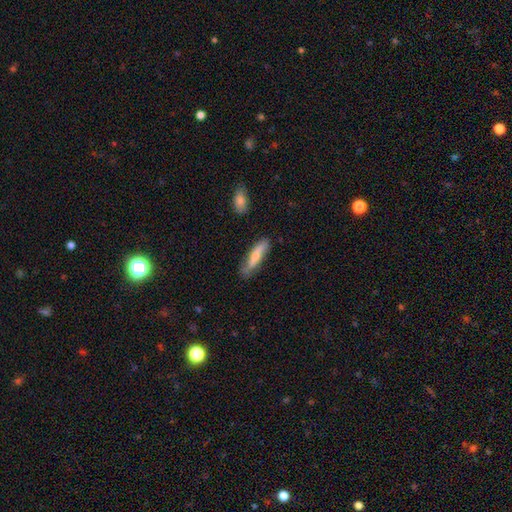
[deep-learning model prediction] Q: Smooth or featured?
A: smooth (63%); runner-up: featured or disk (31%)
Q: How rounded?
A: cigar-shaped (73%); runner-up: in between (26%)
Q: Merging?
A: none (70%); runner-up: minor disturbance (22%)